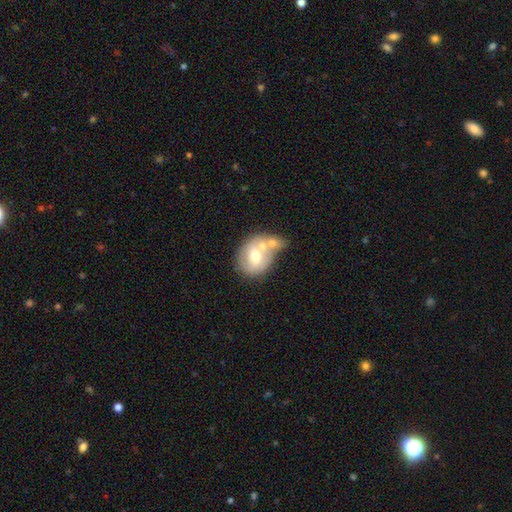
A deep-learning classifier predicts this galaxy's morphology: Smooth or featured? smooth (50%)
How rounded? round (55%)
Merging? merger (53%)